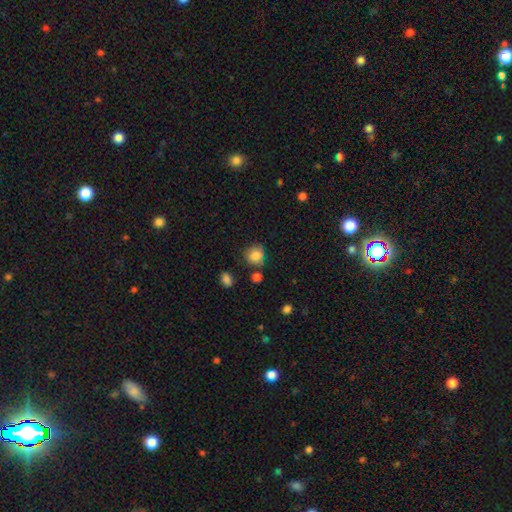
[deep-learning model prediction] Smooth or featured? Predicted: smooth (p=0.83). How rounded? Predicted: round (p=0.80). Merging? Predicted: none (p=0.67).